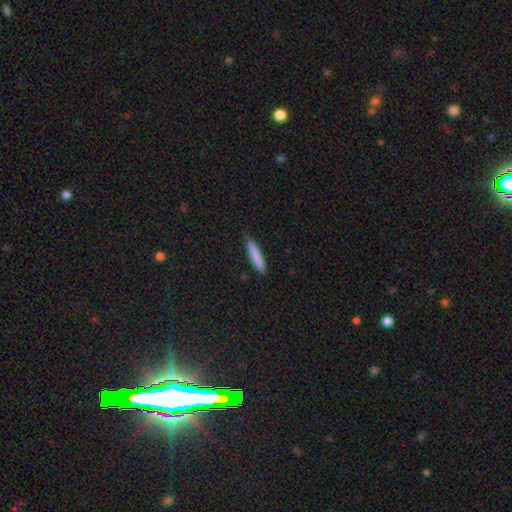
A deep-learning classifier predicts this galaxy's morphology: Smooth or featured? smooth (83%)
How rounded? cigar-shaped (89%)
Merging? none (84%)